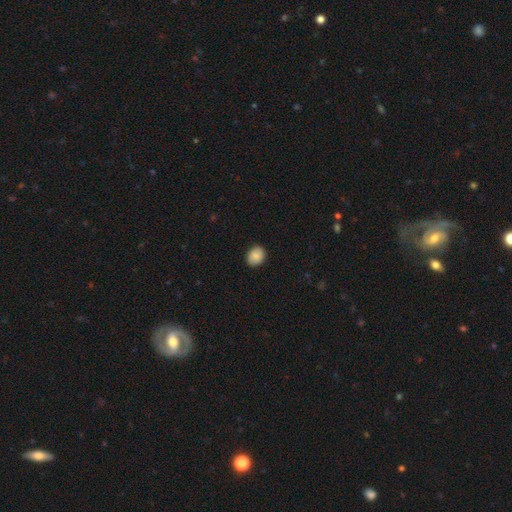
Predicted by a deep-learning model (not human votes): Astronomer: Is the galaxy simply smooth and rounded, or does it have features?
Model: smooth — 86%.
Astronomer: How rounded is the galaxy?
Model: in between — 50% (runner-up: round, 49%).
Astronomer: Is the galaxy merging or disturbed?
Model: none — 88%.